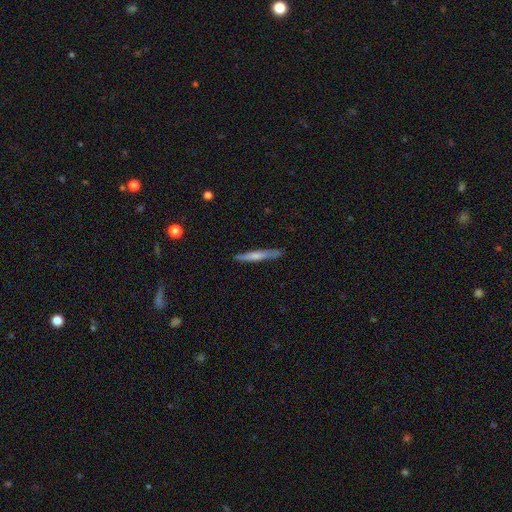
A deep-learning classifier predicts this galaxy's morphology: A smooth galaxy with no disk features (56%) that is cigar-shaped (95%).

Vote fractions:
- Smooth or featured? smooth: 56% / featured or disk: 38% / star or artifact: 5%
- How rounded? cigar-shaped: 95% / in between: 4% / round: 1%
- Merging? none: 85% / minor disturbance: 11% / major disturbance: 2% / merger: 1%